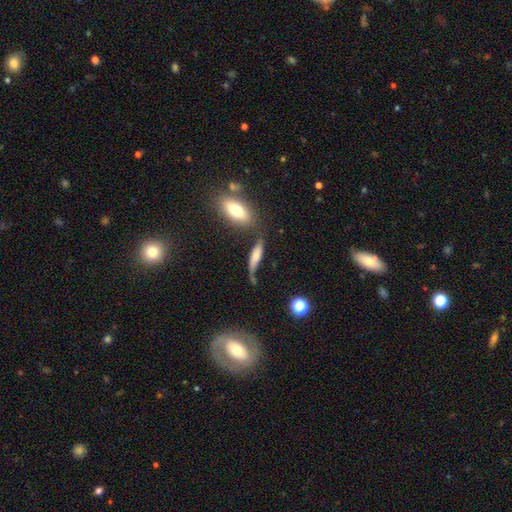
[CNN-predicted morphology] Smooth or featured?
  - smooth: 55% *
  - featured or disk: 36%
  - star or artifact: 9%
How rounded?
  - cigar-shaped: 61% *
  - in between: 35%
  - round: 4%
Merging?
  - none: 41% *
  - minor disturbance: 27%
  - major disturbance: 16%
  - merger: 16%